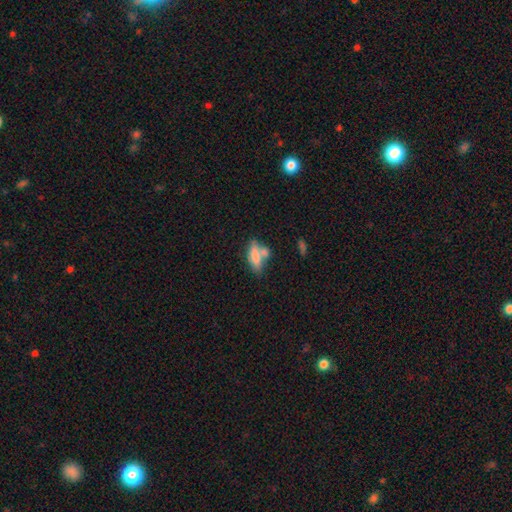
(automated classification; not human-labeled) Morphology: type=smooth (70%); roundness=in between (62%); merging=none (42%).